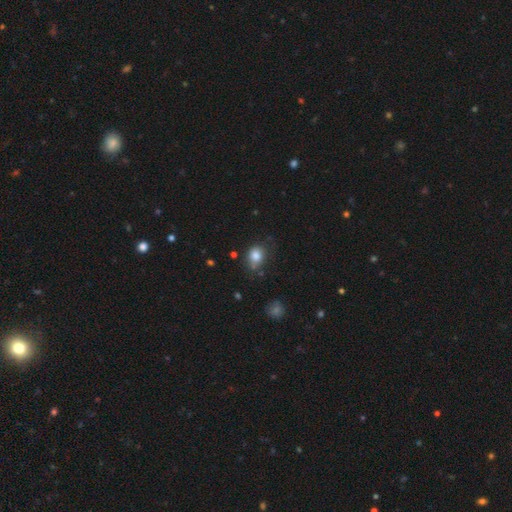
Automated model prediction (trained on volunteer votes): Smooth or featured: smooth — 81% (star or artifact — 10%)
How rounded: round — 51% (in between — 48%)
Merging: none — 63% (minor disturbance — 25%)